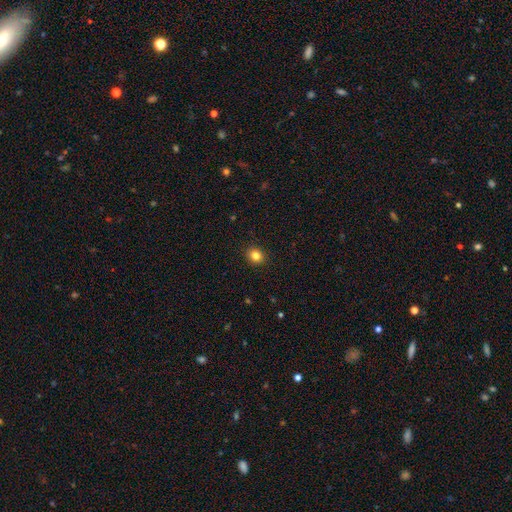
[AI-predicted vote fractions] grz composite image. It shows a smooth galaxy with no disk features (83%) that is round (74%). Merging: none (92%).